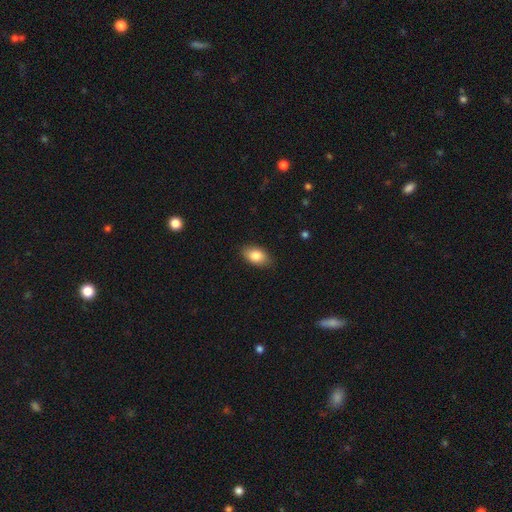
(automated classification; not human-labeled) Overall: smooth (84%). How rounded: in between (91%). Merging: none (86%).